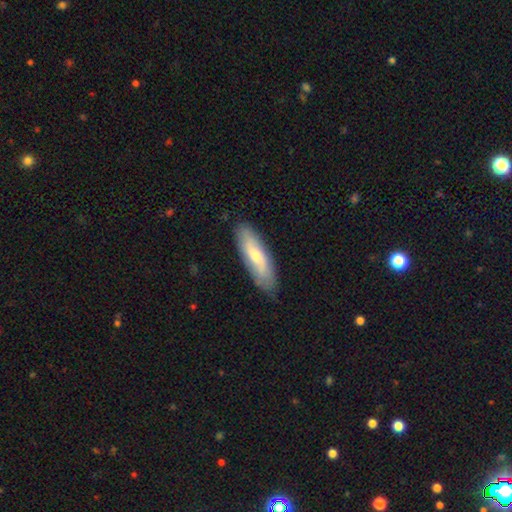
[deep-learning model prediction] Smooth or featured? Predicted: smooth (p=0.60). How rounded? Predicted: cigar-shaped (p=0.51). Merging? Predicted: none (p=0.83).